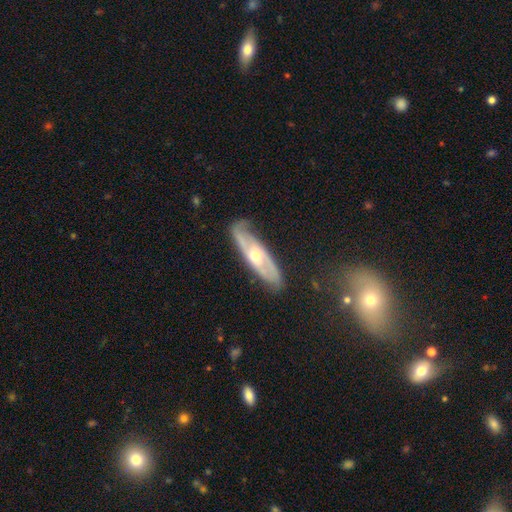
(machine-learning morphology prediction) A featured or disk galaxy (73%). Merging: none (74%).